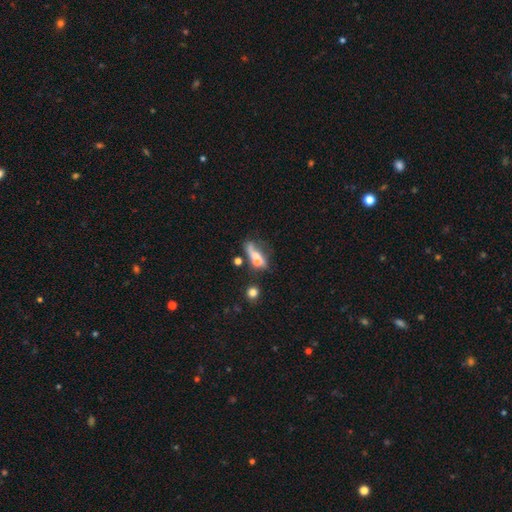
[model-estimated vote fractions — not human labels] A smooth galaxy with no disk features (52%) that is in between round and cigar-shaped (56%).

Vote fractions:
- Smooth or featured? smooth: 52% / featured or disk: 36% / star or artifact: 12%
- How rounded? in between: 56% / cigar-shaped: 26% / round: 18%
- Merging? merger: 36% / major disturbance: 25% / none: 24% / minor disturbance: 15%